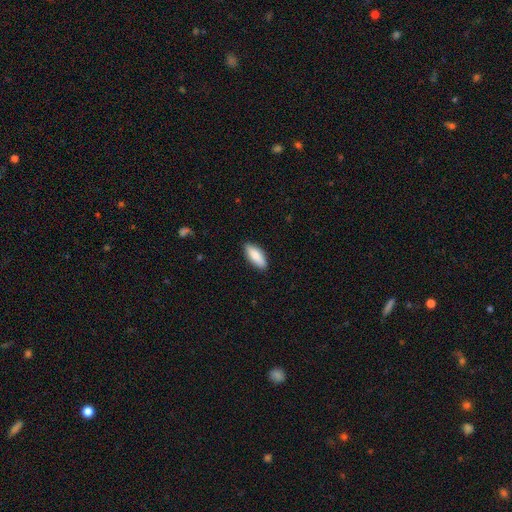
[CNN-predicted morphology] The model was most divided on "how rounded": in between: 73%, cigar-shaped: 25%, round: 2%. More confident: merging — none (88%); smooth or featured — smooth (83%).